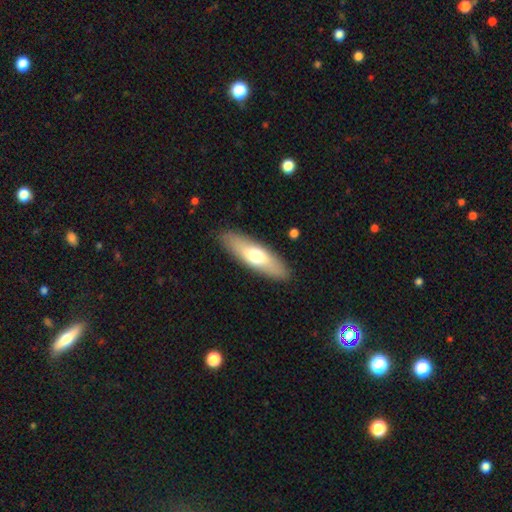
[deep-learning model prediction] Overall: smooth (63%; featured or disk 32%). How rounded: cigar-shaped (51%; in between 47%). Merging: none (88%).